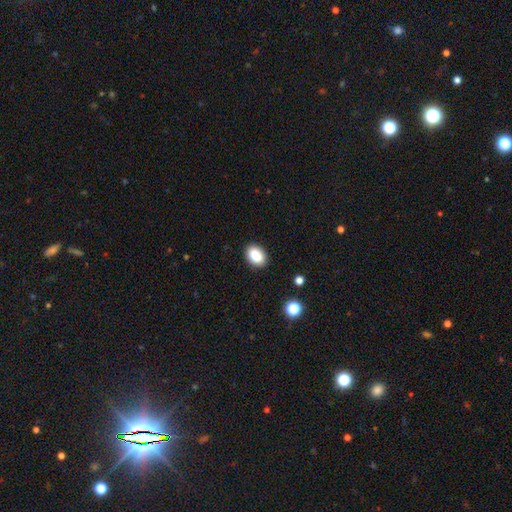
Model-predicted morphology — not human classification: Q: Smooth or featured?
A: smooth (88%); runner-up: star or artifact (8%)
Q: How rounded?
A: in between (81%); runner-up: round (18%)
Q: Merging?
A: none (88%); runner-up: minor disturbance (9%)